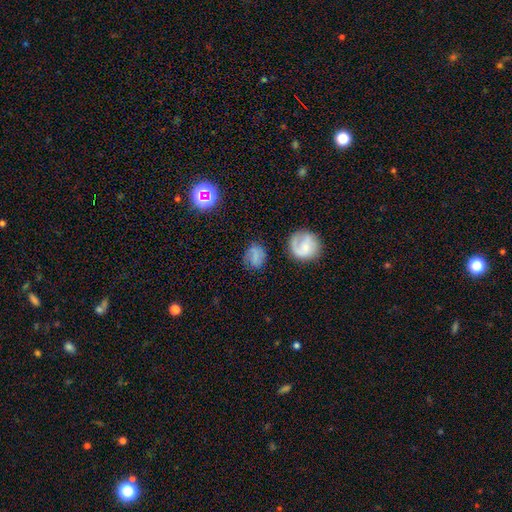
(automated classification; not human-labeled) Smooth or featured: smooth — 52% (featured or disk — 36%)
How rounded: round — 56% (in between — 42%)
Merging: none — 70% (minor disturbance — 18%)